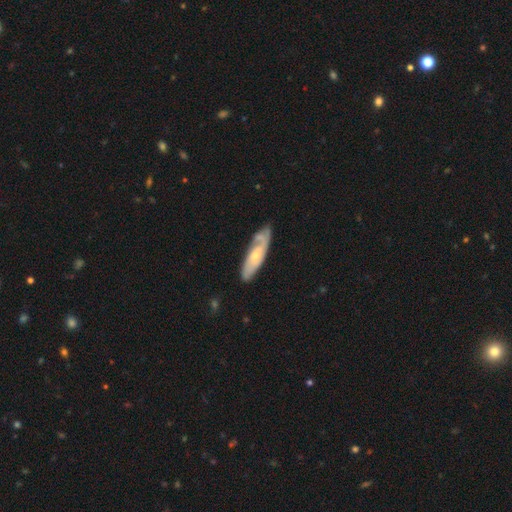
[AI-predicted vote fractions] smooth_or_featured: featured or disk (p=0.62) [alt: smooth p=0.33]
disk_edge_on: no (p=0.75) [alt: yes p=0.25]
merging: none (p=0.66) [alt: minor disturbance p=0.23]